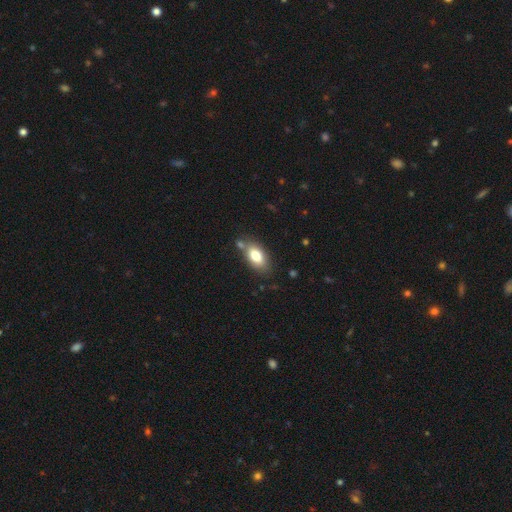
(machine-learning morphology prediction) smooth-or-featured: smooth: 80% | featured or disk: 12% | star or artifact: 8%
  how-rounded: in between: 91% | round: 5% | cigar-shaped: 4%
  merging: none: 70% | minor disturbance: 16% | merger: 10% | major disturbance: 4%